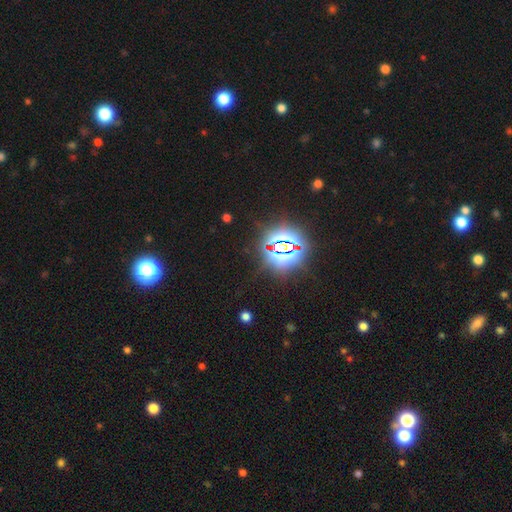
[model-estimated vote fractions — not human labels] Morphology: type=star or artifact (85%).